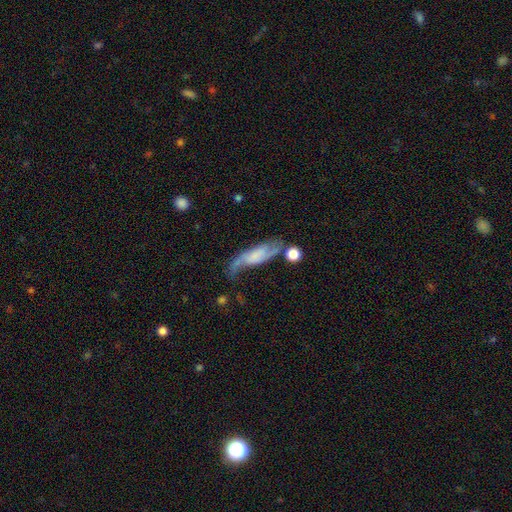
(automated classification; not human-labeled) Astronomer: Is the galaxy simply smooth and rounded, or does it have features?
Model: featured or disk — 65%.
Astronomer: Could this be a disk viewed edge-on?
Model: no — 80%.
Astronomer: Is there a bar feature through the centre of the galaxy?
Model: no — 54% (runner-up: weak, 31%).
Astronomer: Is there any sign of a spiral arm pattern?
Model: yes — 89%.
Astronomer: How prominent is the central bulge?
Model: none — 46% (runner-up: small, 29%).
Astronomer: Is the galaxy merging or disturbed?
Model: none — 47% (runner-up: minor disturbance, 24%).